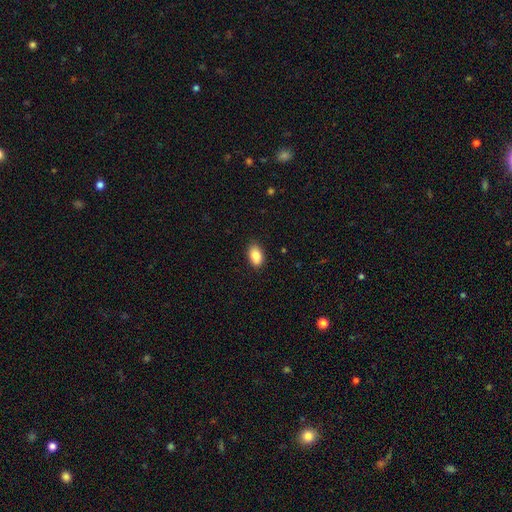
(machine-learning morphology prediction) A smooth galaxy with no disk features (85%) that is in between round and cigar-shaped (91%).

Vote fractions:
- Smooth or featured? smooth: 85% / featured or disk: 8% / star or artifact: 7%
- How rounded? in between: 91% / round: 8% / cigar-shaped: 2%
- Merging? none: 86% / minor disturbance: 11% / major disturbance: 2% / merger: 1%